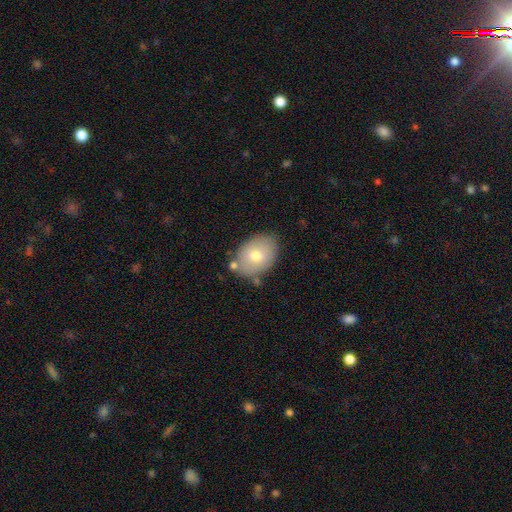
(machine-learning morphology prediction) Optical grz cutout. It shows a smooth galaxy with no disk features (72%) that is in between round and cigar-shaped (79%). Merging: none (74%).